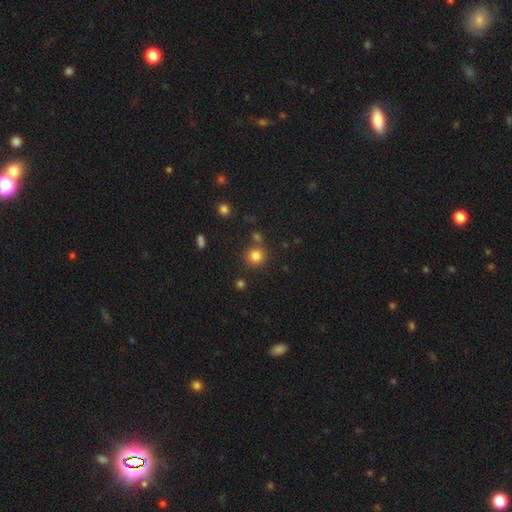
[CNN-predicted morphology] Smooth or featured: smooth — 81% (star or artifact — 13%)
How rounded: round — 92% (in between — 7%)
Merging: none — 79% (merger — 10%)